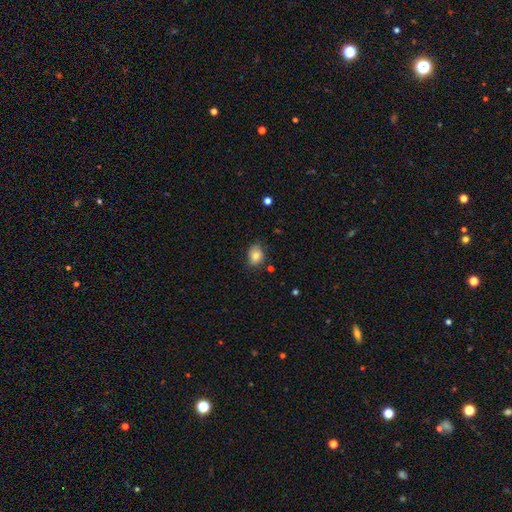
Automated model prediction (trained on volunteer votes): smooth_or_featured: smooth (p=0.82) [alt: star or artifact p=0.09]
how_rounded: in between (p=0.66) [alt: round p=0.33]
merging: none (p=0.72) [alt: minor disturbance p=0.22]